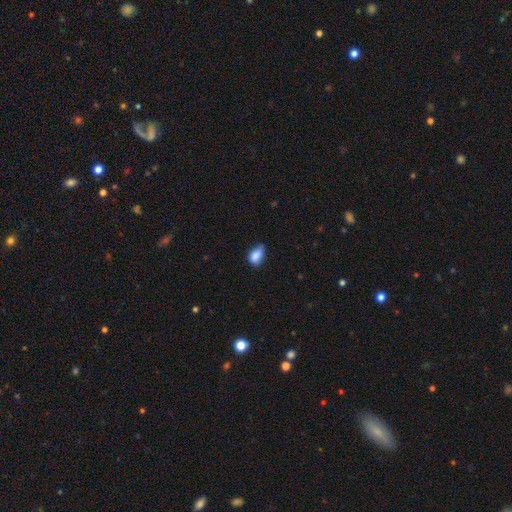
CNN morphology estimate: type=smooth (84%); roundness=in between (86%); merging=none (45%).